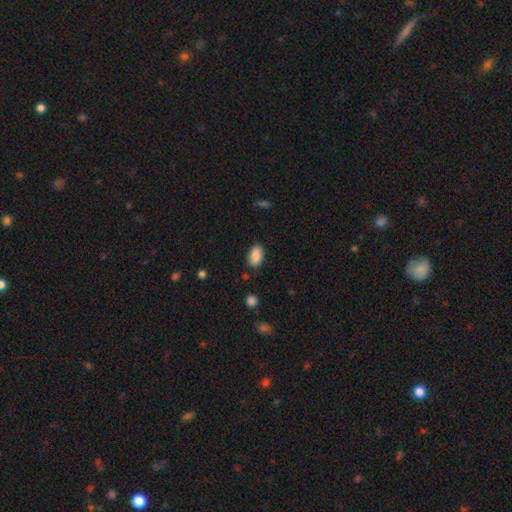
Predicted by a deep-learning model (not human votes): smooth_or_featured: smooth (p=0.88) [alt: star or artifact p=0.07]
how_rounded: in between (p=0.92) [alt: round p=0.06]
merging: none (p=0.84) [alt: minor disturbance p=0.12]